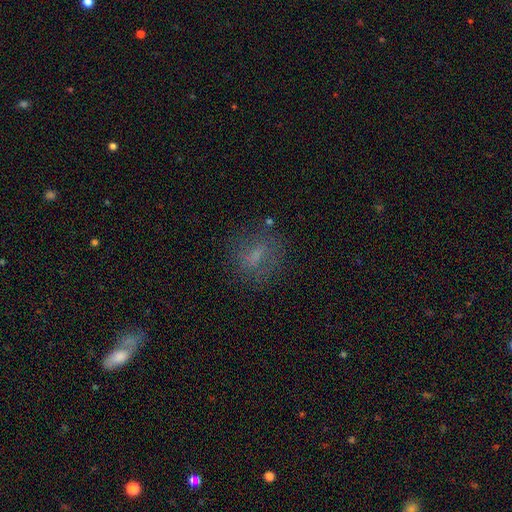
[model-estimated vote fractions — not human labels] smooth_or_featured: smooth (p=0.54) [alt: featured or disk p=0.28]
how_rounded: in between (p=0.51) [alt: round p=0.35]
merging: none (p=0.72) [alt: minor disturbance p=0.16]